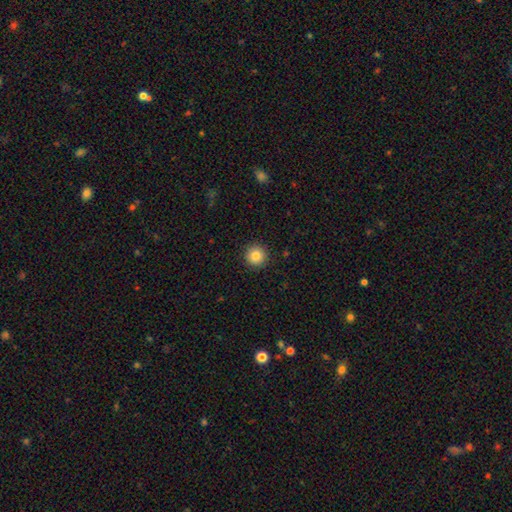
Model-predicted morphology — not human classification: Smooth or featured: smooth — 85% (star or artifact — 10%)
How rounded: round — 95% (in between — 4%)
Merging: none — 93% (minor disturbance — 5%)